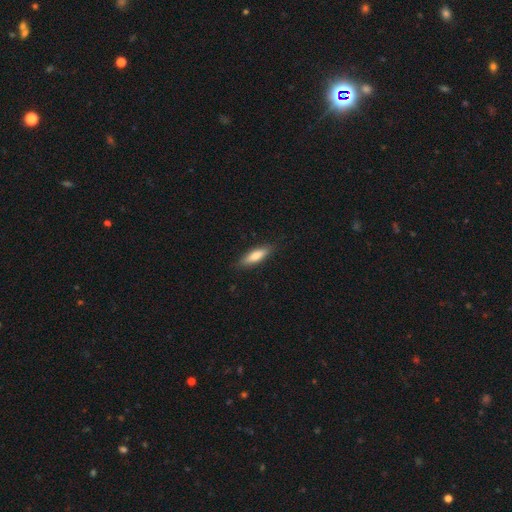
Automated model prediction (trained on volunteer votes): A smooth galaxy with no disk features (76%) that is cigar-shaped (56%).

Vote fractions:
- Smooth or featured? smooth: 76% / featured or disk: 19% / star or artifact: 6%
- How rounded? cigar-shaped: 56% / in between: 42% / round: 2%
- Merging? none: 86% / minor disturbance: 11% / major disturbance: 2% / merger: 1%